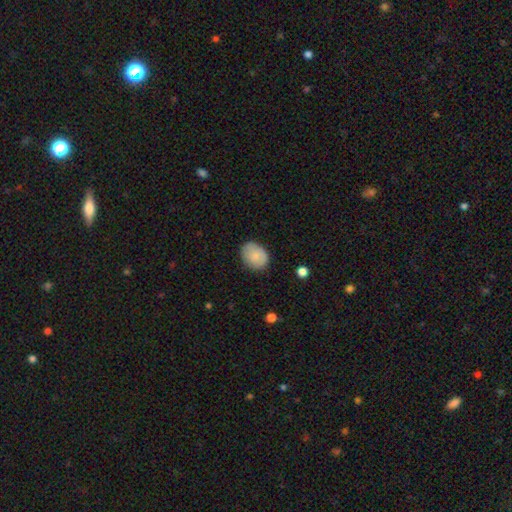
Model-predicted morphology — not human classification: A smooth galaxy with no disk features (81%) that is in between round and cigar-shaped (58%). Merging: none (78%).